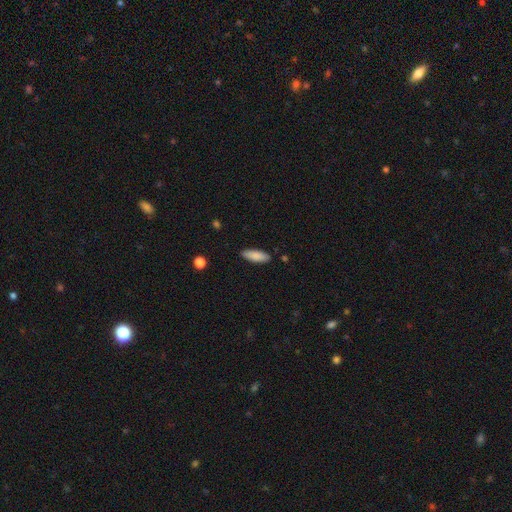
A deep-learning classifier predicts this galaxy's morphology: smooth_or_featured: smooth (p=0.85) [alt: featured or disk p=0.09]
how_rounded: in between (p=0.61) [alt: cigar-shaped p=0.37]
merging: none (p=0.88) [alt: minor disturbance p=0.09]